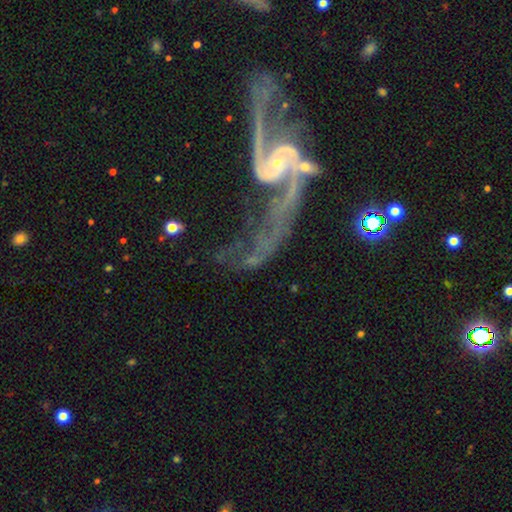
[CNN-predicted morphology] Smooth or featured: featured or disk — 88% (star or artifact — 7%)
Edge-on disk: no — 96% (yes — 4%)
Bar: no — 55% (weak — 29%)
Spiral arms: yes — 95% (no — 5%)
Spiral winding: loose — 56% (medium — 32%)
Spiral arm count: 2 — 85% (can't tell — 4%)
Bulge size: small — 79% (moderate — 14%)
Merging: major disturbance — 33% (none — 31%)